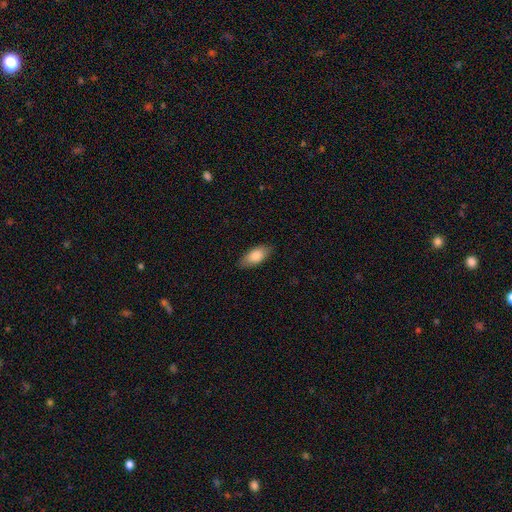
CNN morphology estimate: smooth_or_featured: smooth (p=0.85) [alt: featured or disk p=0.09]
how_rounded: in between (p=0.89) [alt: cigar-shaped p=0.09]
merging: none (p=0.85) [alt: minor disturbance p=0.12]